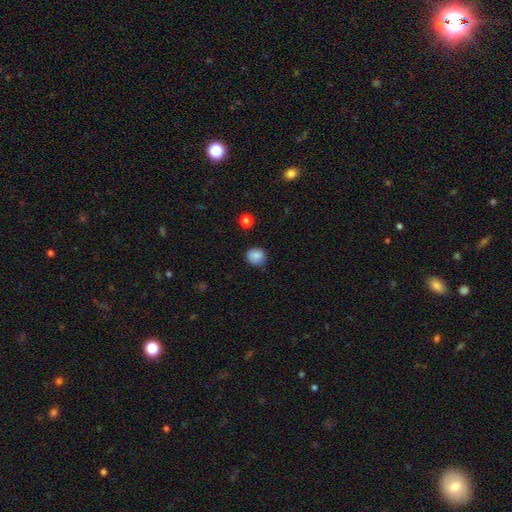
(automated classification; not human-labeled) Overall: smooth (84%). How rounded: round (77%). Merging: none (75%).